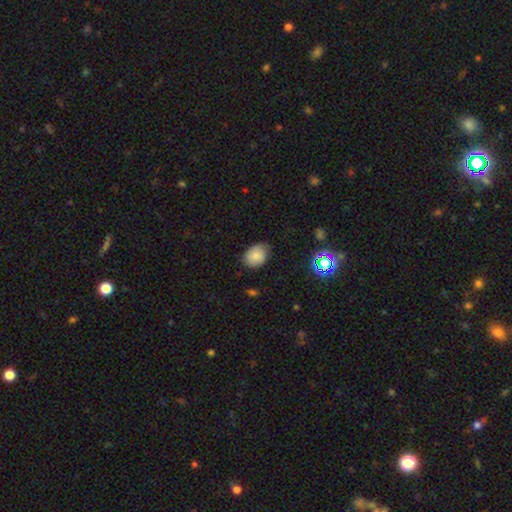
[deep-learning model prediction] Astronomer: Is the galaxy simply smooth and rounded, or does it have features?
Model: smooth — 82%.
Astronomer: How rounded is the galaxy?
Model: in between — 64%.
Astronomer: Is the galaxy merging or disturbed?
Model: none — 70%.